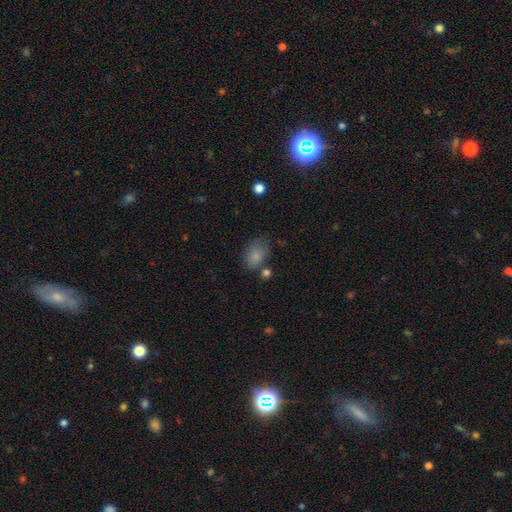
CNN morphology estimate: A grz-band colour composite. It shows a smooth galaxy with no disk features (84%) that is in between round and cigar-shaped (81%). Merging: none (60%).